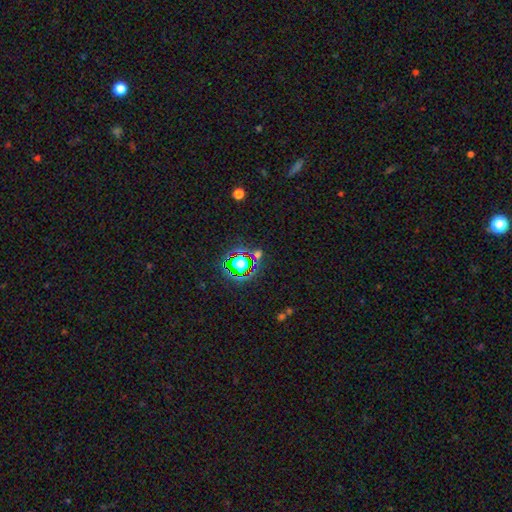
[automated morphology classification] Smooth or featured?
  - star or artifact: 70% *
  - smooth: 20%
  - featured or disk: 10%